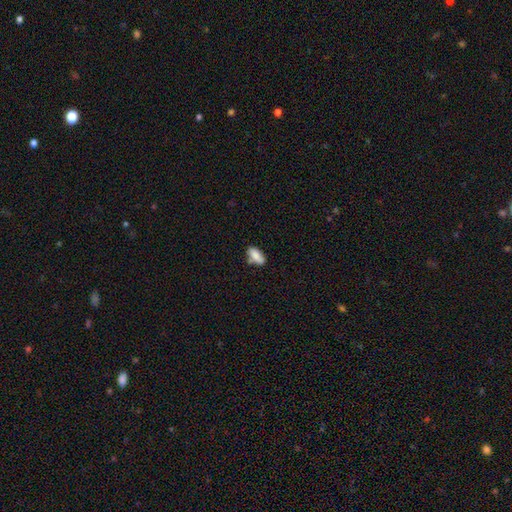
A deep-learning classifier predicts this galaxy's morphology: Overall: smooth (81%). How rounded: in between (87%). Merging: none (61%; minor disturbance 23%).